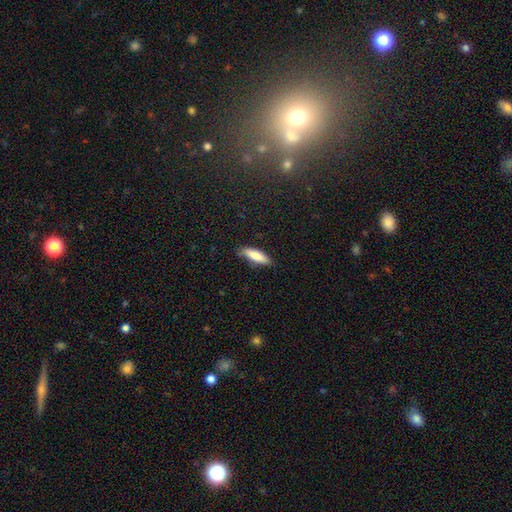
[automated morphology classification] This is clearly a smooth galaxy (81%). How rounded: possibly cigar-shaped (55%). Merging: likely none (79%).